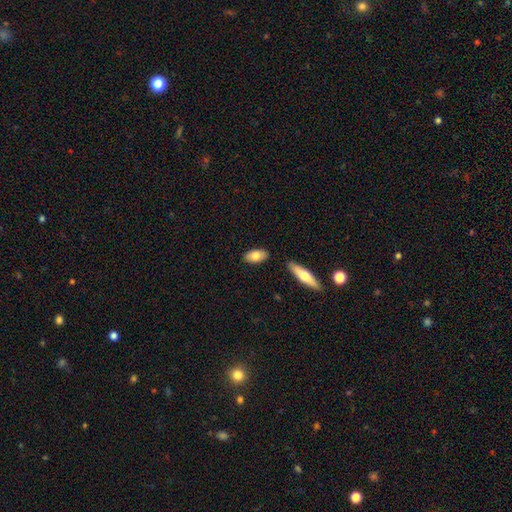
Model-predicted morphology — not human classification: smooth-or-featured: smooth: 79% | featured or disk: 15% | star or artifact: 6%
  how-rounded: in between: 87% | cigar-shaped: 10% | round: 3%
  merging: none: 82% | minor disturbance: 11% | merger: 5% | major disturbance: 2%